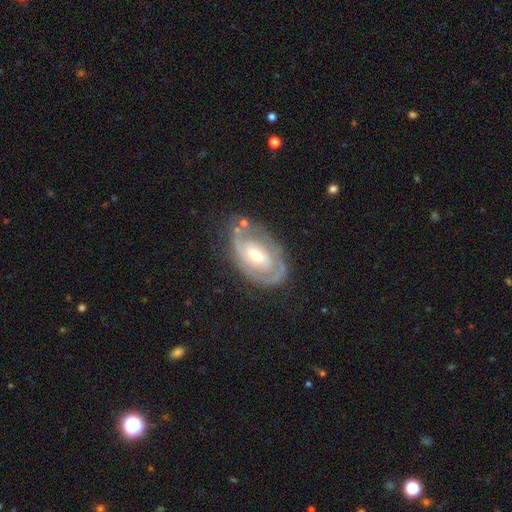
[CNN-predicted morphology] The model was most divided on "bar": no: 50%, weak: 37%, strong: 13%. More confident: edge-on disk — no (95%); spiral arms — yes (86%); smooth or featured — featured or disk (83%); merging — none (68%); bulge size — moderate (66%); spiral winding — tight (64%); spiral arm count — 2 (53%).